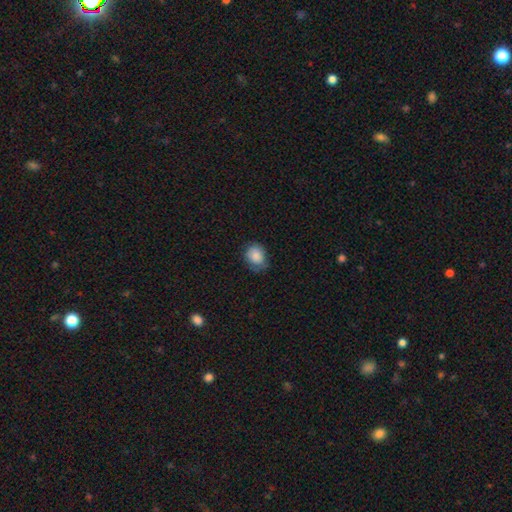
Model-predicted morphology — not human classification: smooth 84%, featured or disk 8%, star or artifact 8%. Down the decision tree: how rounded — round (53%); merging — none (65%).